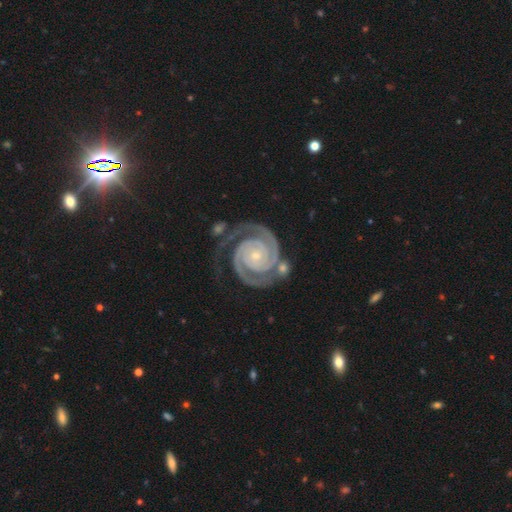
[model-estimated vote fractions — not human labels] Smooth or featured? Predicted: featured or disk (p=0.94). Edge-on disk? Predicted: no (p=0.98). Bar? Predicted: no (p=0.73). Spiral arms? Predicted: yes (p=0.99). Spiral winding? Predicted: tight (p=0.84). Spiral arm count? Predicted: 2 (p=0.88). Bulge size? Predicted: small (p=0.80). Merging? Predicted: none (p=0.72).